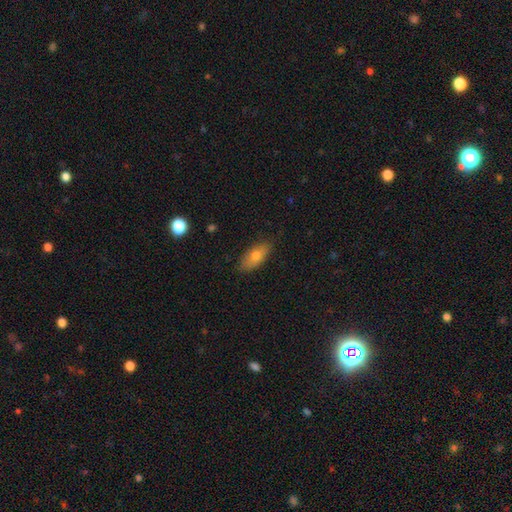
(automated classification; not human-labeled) A smooth galaxy with no disk features (69%) that is in between round and cigar-shaped (81%).

Vote fractions:
- Smooth or featured? smooth: 69% / featured or disk: 23% / star or artifact: 8%
- How rounded? in between: 81% / cigar-shaped: 15% / round: 4%
- Merging? none: 83% / minor disturbance: 13% / major disturbance: 2% / merger: 1%